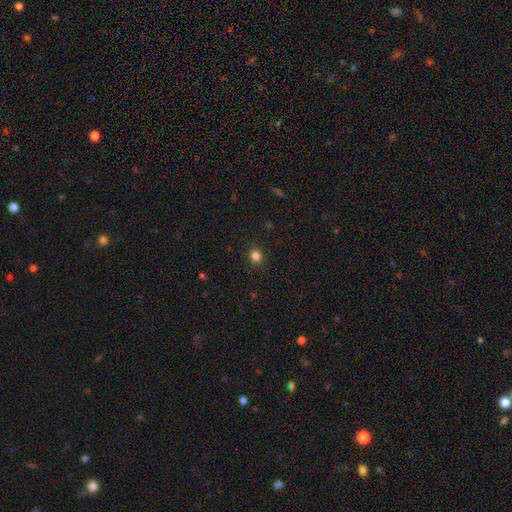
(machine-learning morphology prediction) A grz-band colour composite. It shows a smooth galaxy with no disk features (81%) that is round (86%). Merging: none (92%).